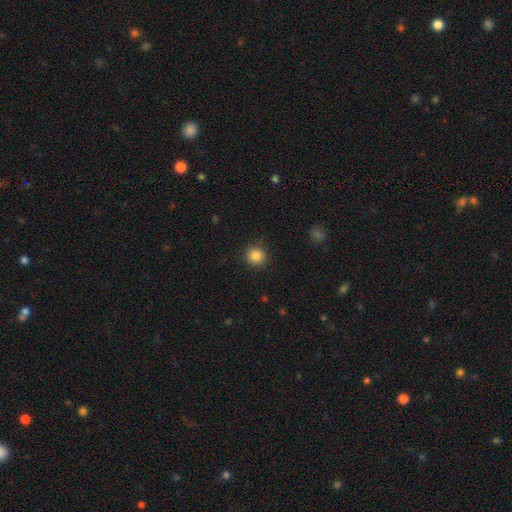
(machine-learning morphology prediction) This appears to be a smooth galaxy with no disk features (84%) that is round (92%). Merging: none (90%).